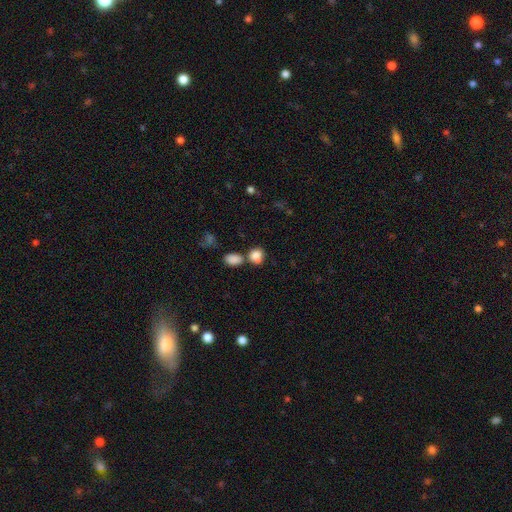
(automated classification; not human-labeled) Q: Smooth or featured?
A: smooth (84%); runner-up: star or artifact (10%)
Q: How rounded?
A: round (57%); runner-up: in between (41%)
Q: Merging?
A: none (48%); runner-up: merger (34%)